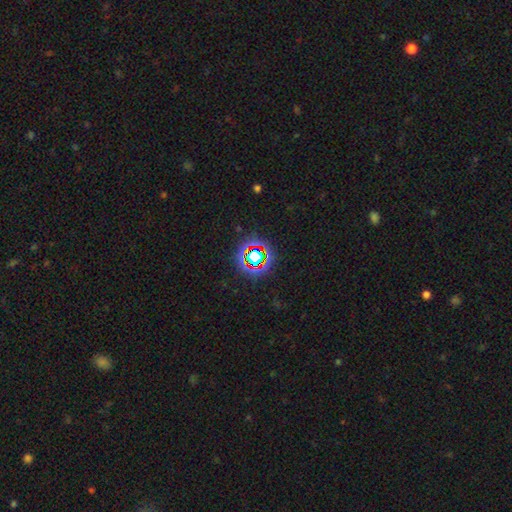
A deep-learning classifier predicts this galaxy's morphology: smooth-or-featured: star or artifact: 67% | smooth: 20% | featured or disk: 13%